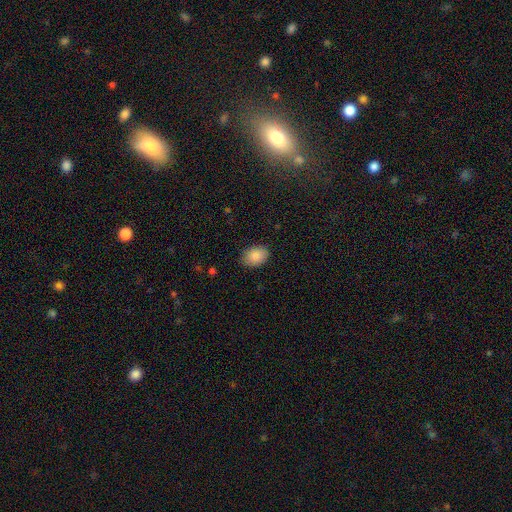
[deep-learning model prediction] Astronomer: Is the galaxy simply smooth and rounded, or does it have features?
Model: smooth — 87%.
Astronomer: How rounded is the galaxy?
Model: in between — 76%.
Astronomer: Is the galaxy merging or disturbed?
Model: none — 85%.